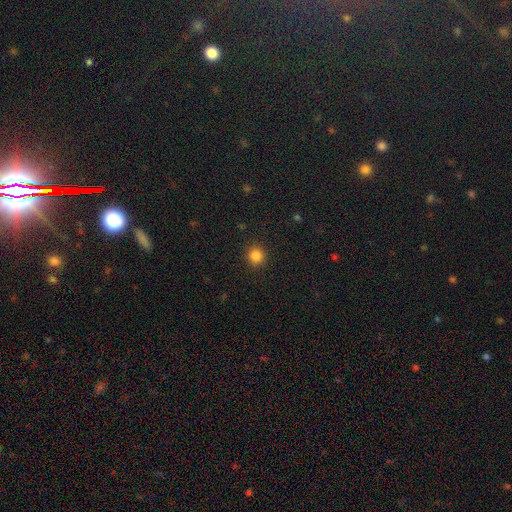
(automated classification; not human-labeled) Smooth or featured? Predicted: smooth (p=0.85). How rounded? Predicted: round (p=0.92). Merging? Predicted: none (p=0.92).